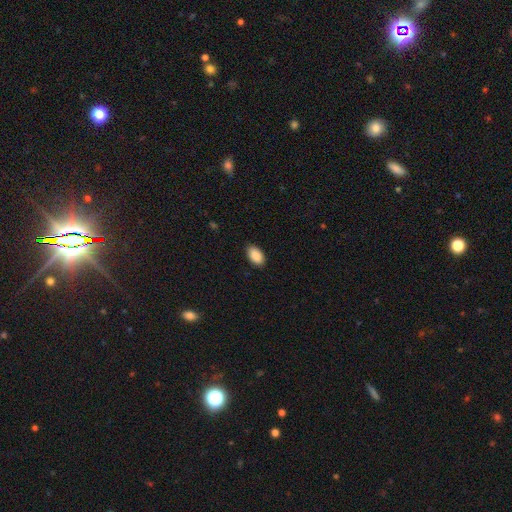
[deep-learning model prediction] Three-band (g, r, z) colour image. It shows a smooth galaxy with no disk features (90%) that is in between round and cigar-shaped (94%). Merging: none (88%).